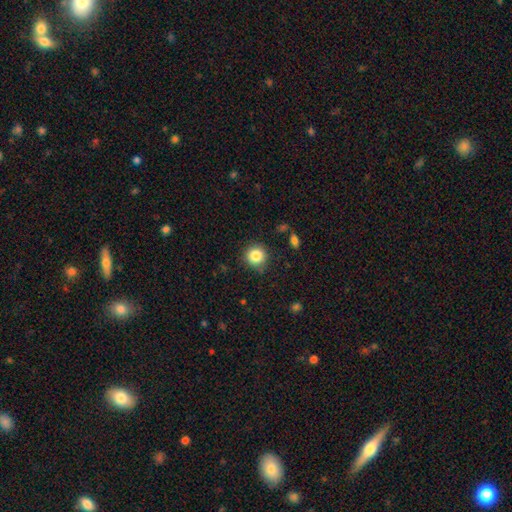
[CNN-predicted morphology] A smooth galaxy with no disk features (85%) that is round (94%). Merging: none (86%).